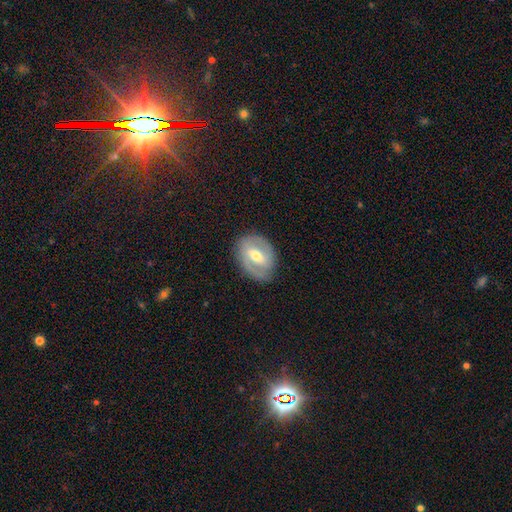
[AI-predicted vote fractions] Smooth or featured?
  - featured or disk: 69% *
  - smooth: 25%
  - star or artifact: 6%
Edge-on disk?
  - no: 95% *
  - yes: 5%
Bar?
  - weak: 45% *
  - strong: 37%
  - no: 18%
Spiral arms?
  - yes: 67% *
  - no: 33%
Bulge size?
  - moderate: 70% *
  - small: 21%
  - large: 6%
  - none: 1%
  - dominant: 1%
Merging?
  - none: 82% *
  - minor disturbance: 13%
  - major disturbance: 4%
  - merger: 1%